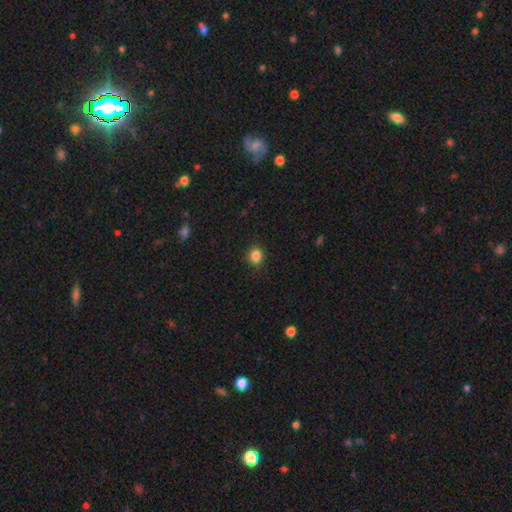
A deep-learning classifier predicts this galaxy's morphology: Overall: smooth (85%). How rounded: round (76%). Merging: none (87%).